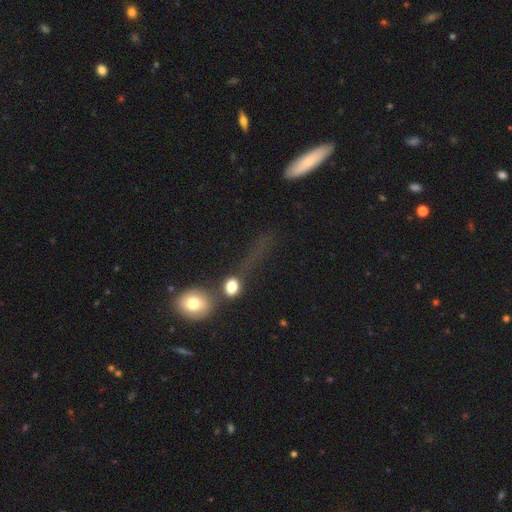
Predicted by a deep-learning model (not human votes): smooth 44%, star or artifact 35%, featured or disk 22%. Down the decision tree: merging — none (59%).